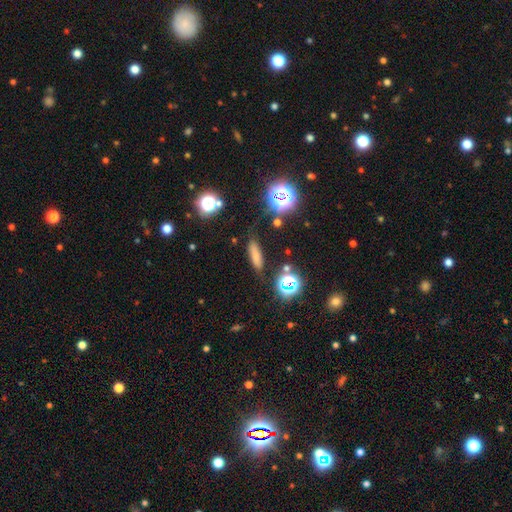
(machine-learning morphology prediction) Q: Smooth or featured?
A: smooth (69%); runner-up: star or artifact (20%)
Q: How rounded?
A: cigar-shaped (63%); runner-up: in between (32%)
Q: Merging?
A: none (81%); runner-up: minor disturbance (12%)